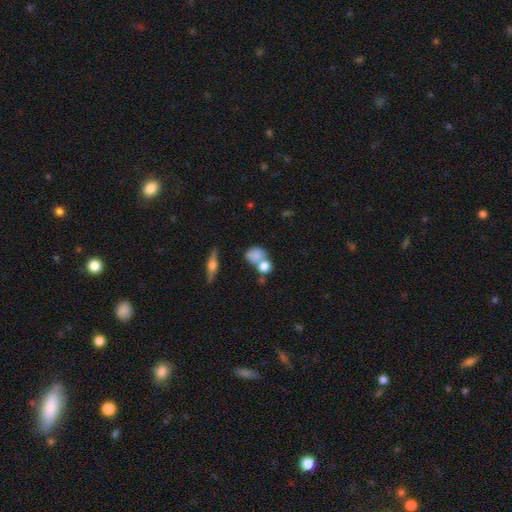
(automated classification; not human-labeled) Overall: smooth (75%). How rounded: round (59%; in between 38%). Merging: none (42%; merger 37%).